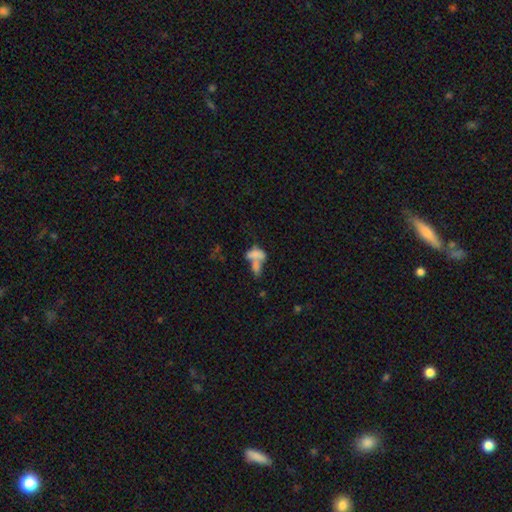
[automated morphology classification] A smooth galaxy with no disk features (60%) that is in between round and cigar-shaped (81%). Merging: merger (62%).